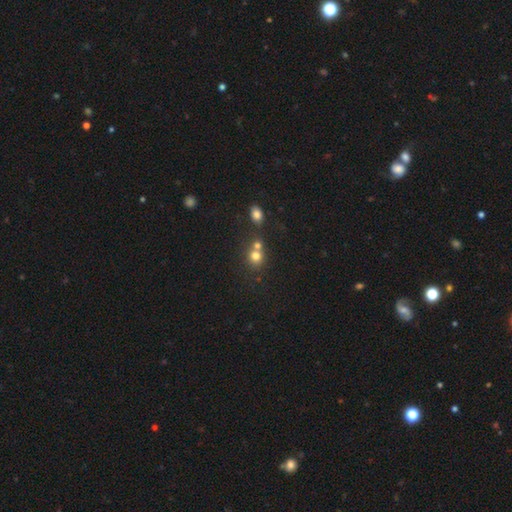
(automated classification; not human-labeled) smooth_or_featured: smooth (p=0.75) [alt: star or artifact p=0.15]
how_rounded: round (p=0.81) [alt: in between p=0.18]
merging: merger (p=0.46) [alt: none p=0.44]